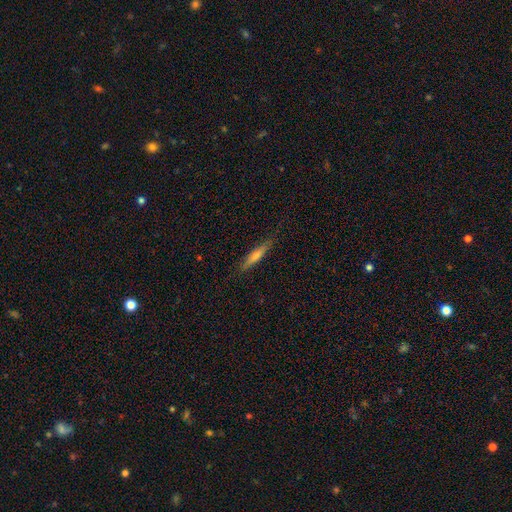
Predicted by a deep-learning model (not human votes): Smooth or featured: smooth — 52% (featured or disk — 41%)
How rounded: cigar-shaped — 89% (in between — 9%)
Merging: none — 84% (minor disturbance — 12%)